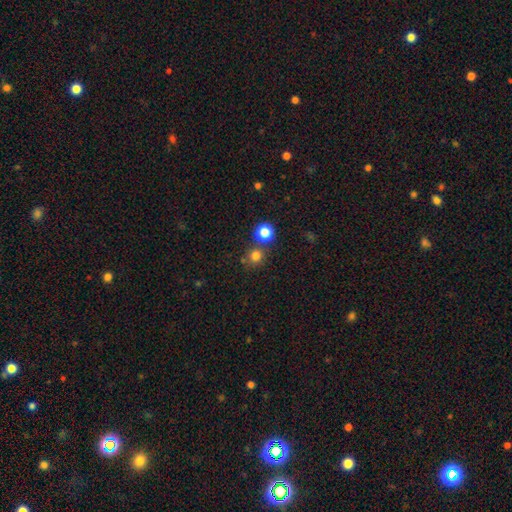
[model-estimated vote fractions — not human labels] Smooth or featured: smooth — 77% (star or artifact — 17%)
How rounded: round — 91% (in between — 8%)
Merging: none — 71% (merger — 18%)